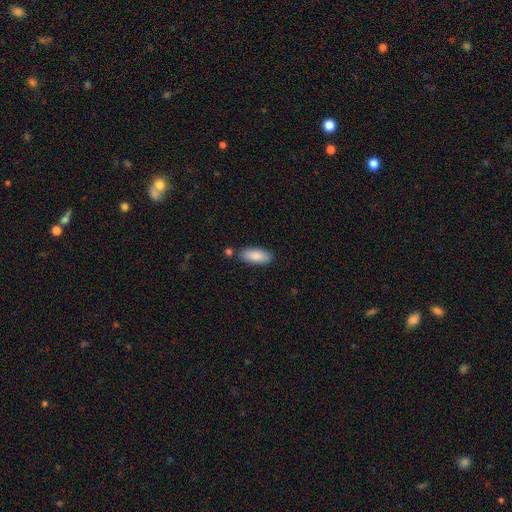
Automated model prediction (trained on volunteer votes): Smooth or featured? smooth (88%)
How rounded? in between (80%)
Merging? none (80%)